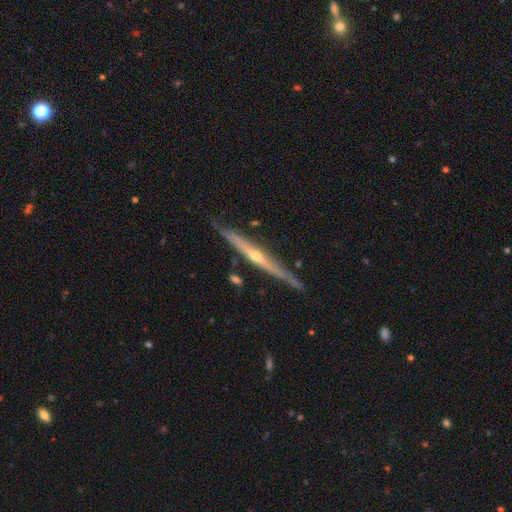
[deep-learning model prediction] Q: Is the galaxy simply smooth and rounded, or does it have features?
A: featured or disk — 81%.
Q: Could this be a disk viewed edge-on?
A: yes — 98%.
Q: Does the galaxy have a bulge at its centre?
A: rounded — 80%.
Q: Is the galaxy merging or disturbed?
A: none — 85%.